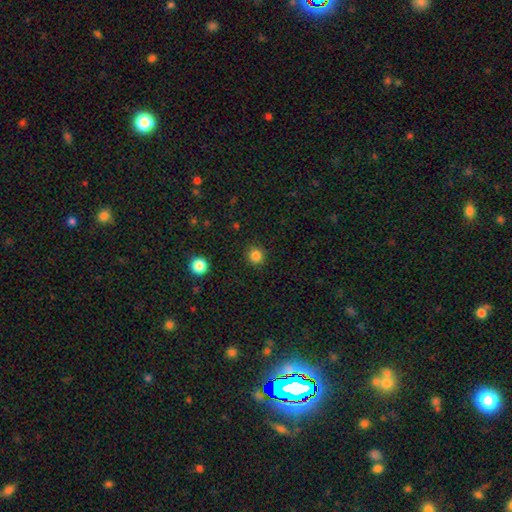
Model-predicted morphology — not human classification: This appears to be a smooth galaxy with no disk features (84%) that is round (93%). Merging: none (91%).